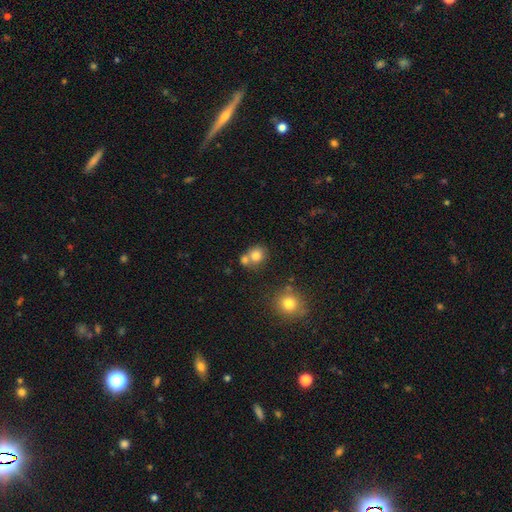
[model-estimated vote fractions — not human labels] Smooth or featured?
  - smooth: 79% *
  - star or artifact: 11%
  - featured or disk: 10%
How rounded?
  - round: 79% *
  - in between: 20%
  - cigar-shaped: 1%
Merging?
  - none: 54% *
  - merger: 33%
  - minor disturbance: 9%
  - major disturbance: 3%